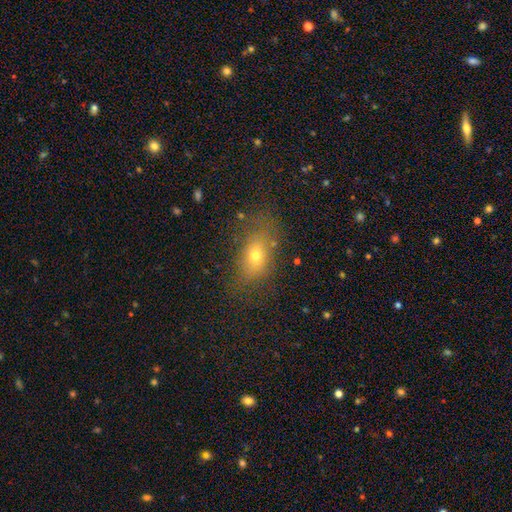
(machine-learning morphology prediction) This is likely a smooth galaxy (70%). How rounded: likely in between (78%). Merging: likely none (66%).